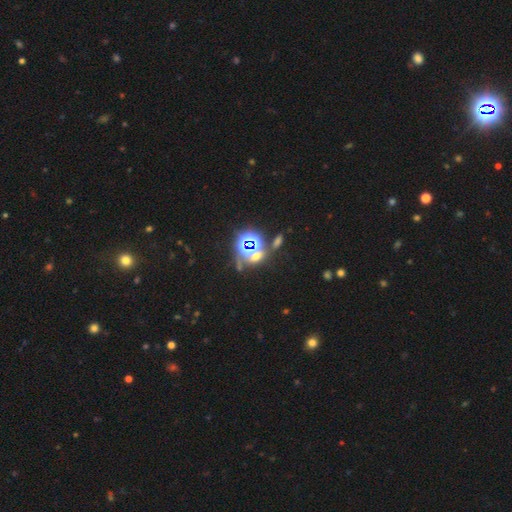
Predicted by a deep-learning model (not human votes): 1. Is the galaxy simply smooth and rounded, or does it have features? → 65% star or artifact, 25% smooth, 11% featured or disk.